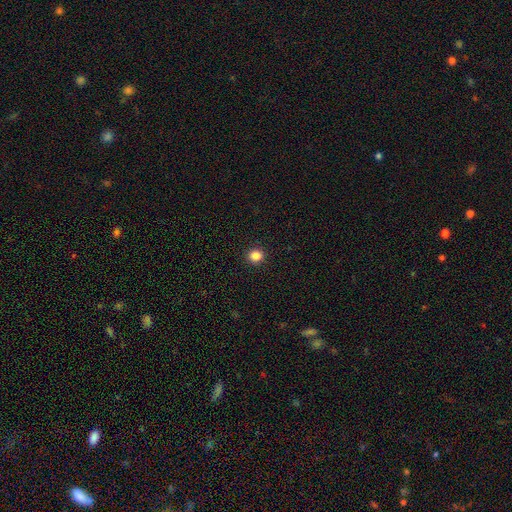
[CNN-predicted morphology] Smooth or featured: smooth — 85% (star or artifact — 11%)
How rounded: round — 88% (in between — 11%)
Merging: none — 93% (minor disturbance — 4%)